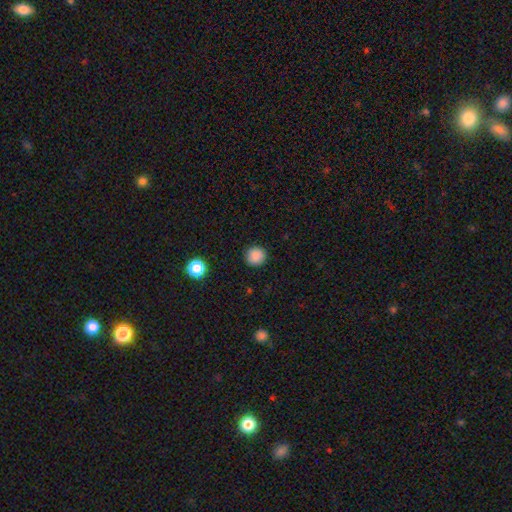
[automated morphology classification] This appears to be a smooth galaxy with no disk features (87%) that is round (94%). Merging: none (91%).